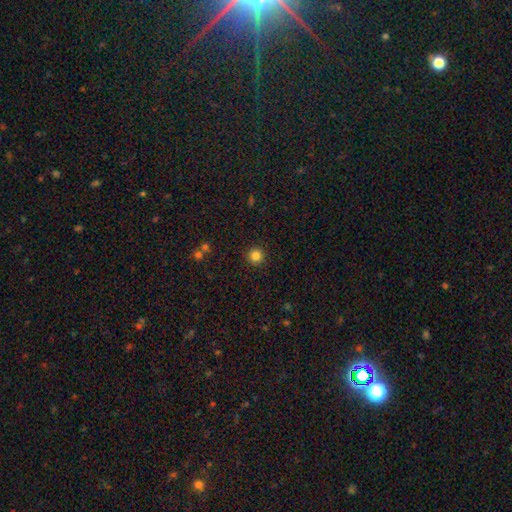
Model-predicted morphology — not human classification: smooth 84%, star or artifact 12%, featured or disk 4%. Down the decision tree: how rounded — round (95%); merging — none (92%).